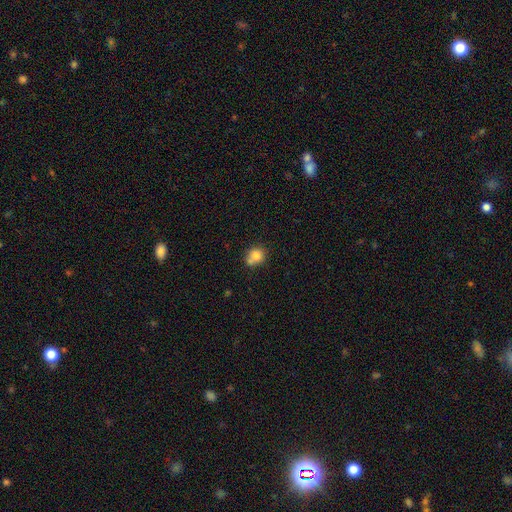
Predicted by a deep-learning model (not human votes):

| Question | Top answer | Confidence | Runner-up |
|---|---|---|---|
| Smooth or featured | smooth | 77% | featured or disk (12%) |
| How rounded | round | 80% | in between (19%) |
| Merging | none | 51% | merger (32%) |